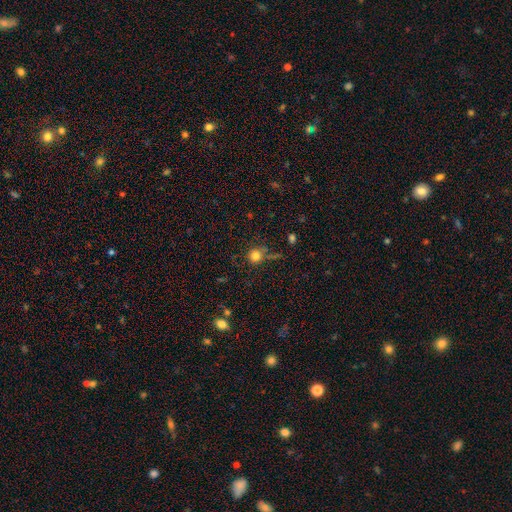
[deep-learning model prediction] A smooth galaxy with no disk features (79%) that is round (91%).

Vote fractions:
- Smooth or featured? smooth: 79% / star or artifact: 14% / featured or disk: 7%
- How rounded? round: 91% / in between: 8% / cigar-shaped: 1%
- Merging? none: 68% / minor disturbance: 15% / merger: 9% / major disturbance: 7%